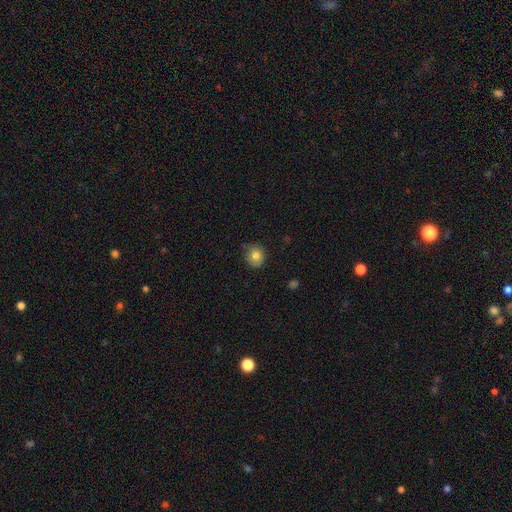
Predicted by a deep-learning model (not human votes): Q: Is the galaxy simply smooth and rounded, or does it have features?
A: smooth — 79%.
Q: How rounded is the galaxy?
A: round — 79%.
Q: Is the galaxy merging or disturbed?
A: none — 76%.